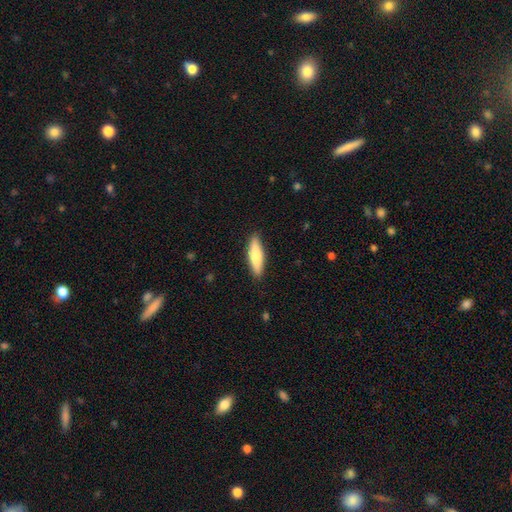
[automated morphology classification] Overall: smooth (71%). How rounded: cigar-shaped (65%; in between 33%). Merging: none (88%).